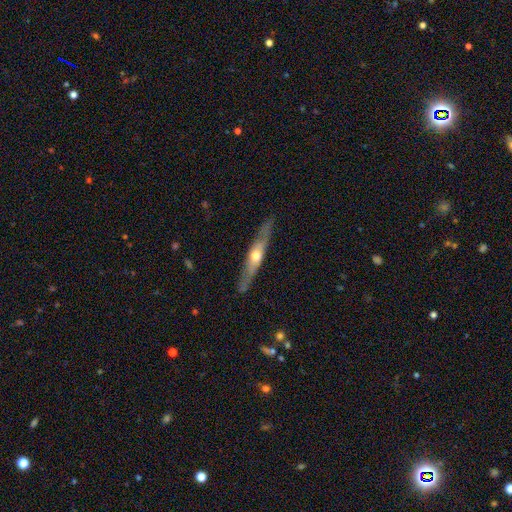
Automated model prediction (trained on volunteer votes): Overall: featured or disk (65%; smooth 30%). Edge-on disk: yes (89%). Edge-on bulge: rounded (89%). Merging: none (85%).